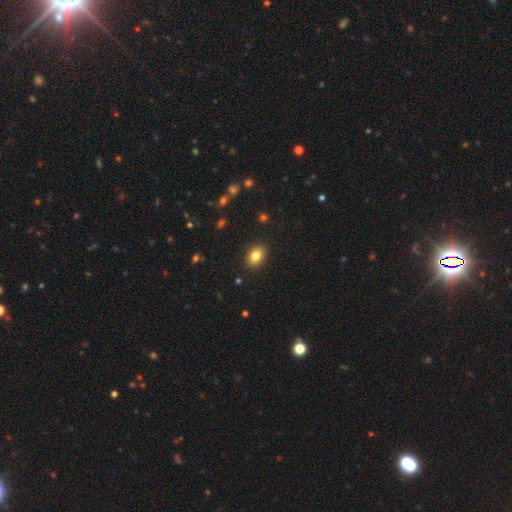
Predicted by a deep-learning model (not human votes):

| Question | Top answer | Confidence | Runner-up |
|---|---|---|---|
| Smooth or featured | smooth | 82% | star or artifact (10%) |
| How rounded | in between | 75% | round (24%) |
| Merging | none | 89% | minor disturbance (8%) |